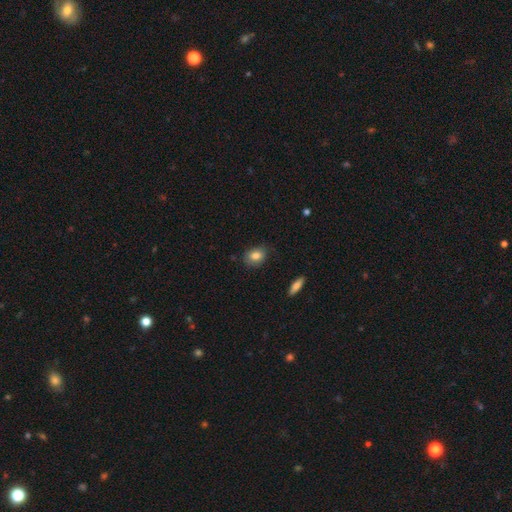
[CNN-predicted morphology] Smooth or featured? smooth (82%)
How rounded? in between (66%)
Merging? none (78%)